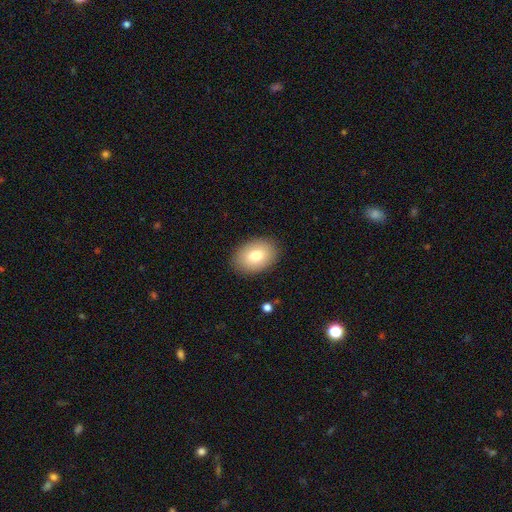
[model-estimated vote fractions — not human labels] Smooth or featured? Predicted: smooth (p=0.78). How rounded? Predicted: in between (p=0.82). Merging? Predicted: none (p=0.88).